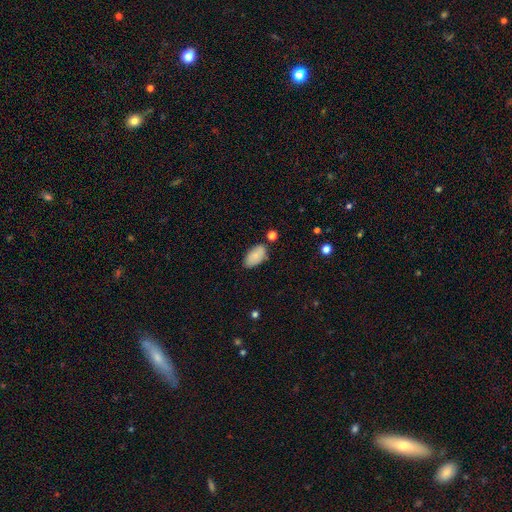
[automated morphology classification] The model was most divided on "merging": none: 73%, minor disturbance: 18%, merger: 5%, major disturbance: 4%. More confident: how rounded — in between (94%); smooth or featured — smooth (80%).